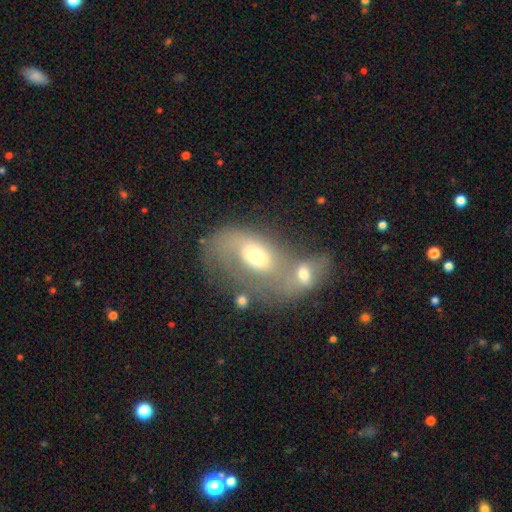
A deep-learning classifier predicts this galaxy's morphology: Smooth or featured? Predicted: featured or disk (p=0.56). Edge-on disk? Predicted: no (p=0.94). Bar? Predicted: no (p=0.71). Spiral arms? Predicted: yes (p=0.62). Bulge size? Predicted: moderate (p=0.66). Merging? Predicted: merger (p=0.64).